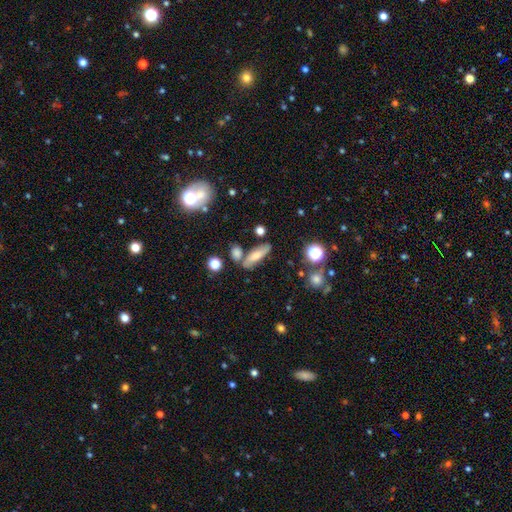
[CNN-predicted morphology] A smooth galaxy with no disk features (66%) that is cigar-shaped (48%). Merging: none (61%).